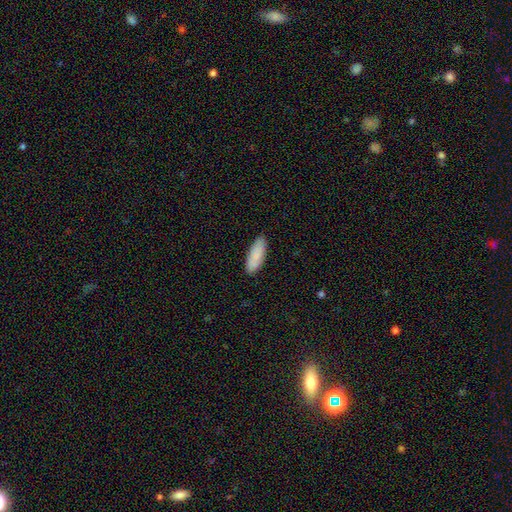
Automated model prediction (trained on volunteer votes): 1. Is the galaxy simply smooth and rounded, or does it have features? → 87% smooth, 7% featured or disk, 6% star or artifact.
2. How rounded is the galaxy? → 68% in between, 31% cigar-shaped, 2% round.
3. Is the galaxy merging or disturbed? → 88% none, 9% minor disturbance, 2% major disturbance, 1% merger.